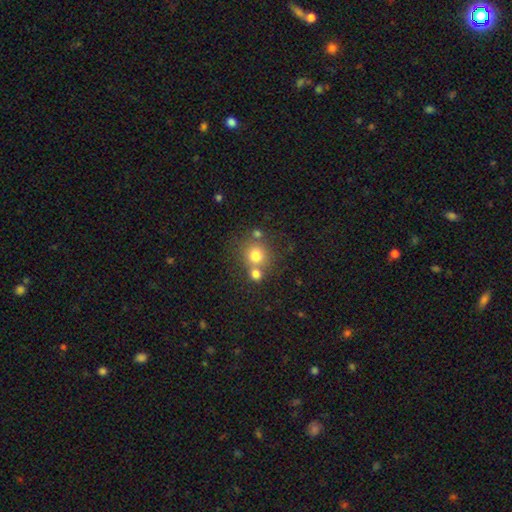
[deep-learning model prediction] Q: Smooth or featured?
A: smooth (75%); runner-up: star or artifact (13%)
Q: How rounded?
A: round (87%); runner-up: in between (12%)
Q: Merging?
A: none (54%); runner-up: merger (34%)